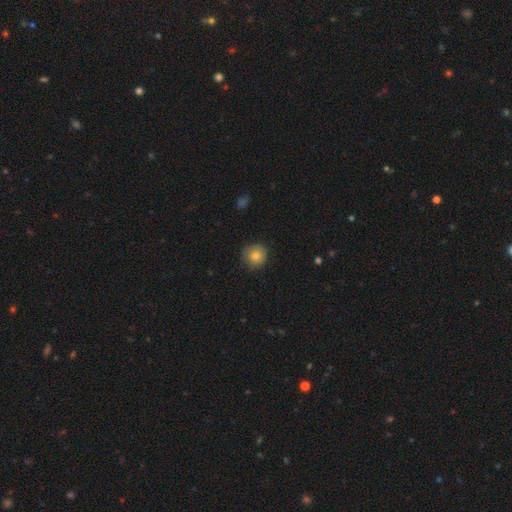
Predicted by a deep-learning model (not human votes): Morphology: type=smooth (78%); roundness=round (93%); merging=none (81%).